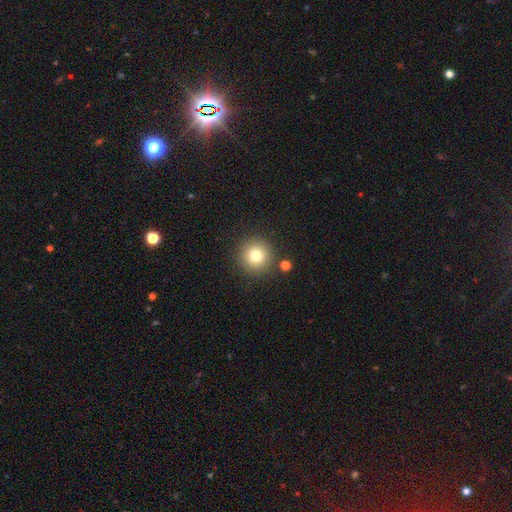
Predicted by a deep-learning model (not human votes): Morphology: type=smooth (79%); roundness=round (95%); merging=none (87%).